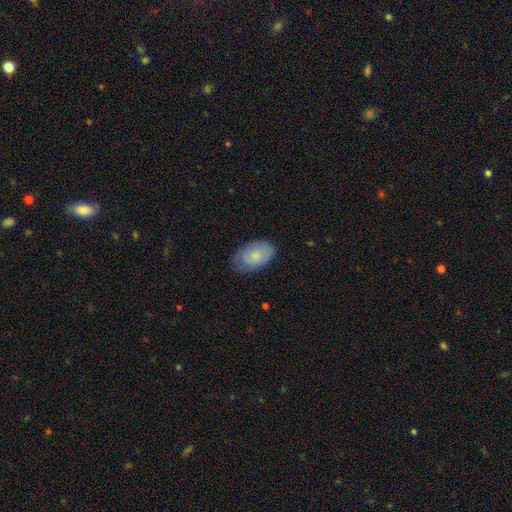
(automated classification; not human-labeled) Smooth or featured? smooth (77%)
How rounded? in between (92%)
Merging? none (70%)